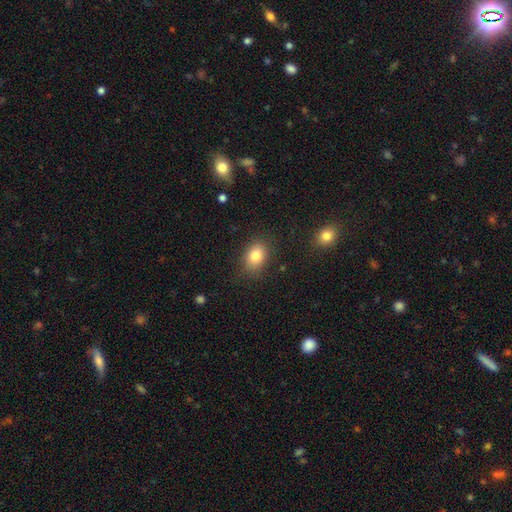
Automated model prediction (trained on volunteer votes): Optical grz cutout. It shows a smooth galaxy with no disk features (81%) that is in between round and cigar-shaped (69%). Merging: none (82%).